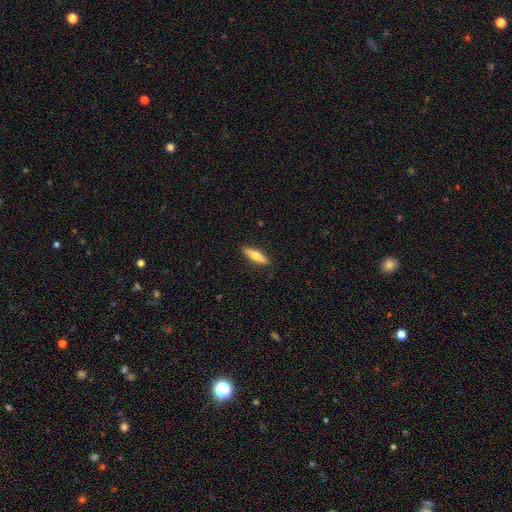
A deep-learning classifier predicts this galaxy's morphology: Smooth or featured?
  - smooth: 62% *
  - featured or disk: 33%
  - star or artifact: 6%
How rounded?
  - cigar-shaped: 72% *
  - in between: 27%
  - round: 2%
Merging?
  - none: 90% *
  - minor disturbance: 8%
  - major disturbance: 2%
  - merger: 1%